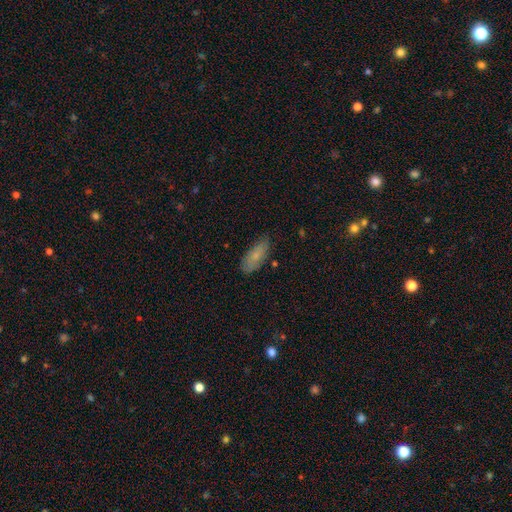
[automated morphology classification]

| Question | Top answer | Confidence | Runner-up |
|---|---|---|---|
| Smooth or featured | smooth | 77% | featured or disk (16%) |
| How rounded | in between | 76% | cigar-shaped (22%) |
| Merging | none | 75% | minor disturbance (19%) |